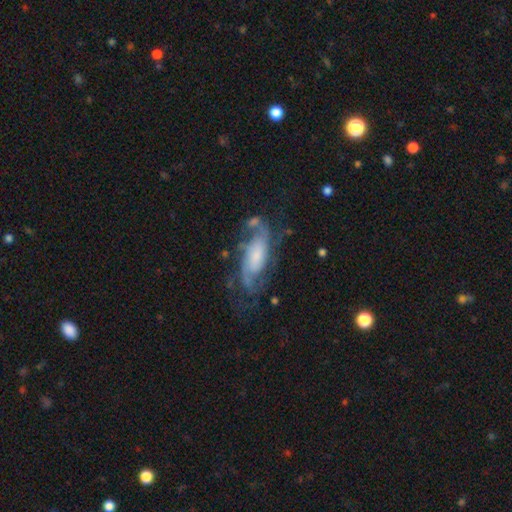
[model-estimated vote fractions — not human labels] This appears to be a featured or disk galaxy (79%) with no bar (59%), 2 (53%) medium (45%) spiral arms (93%) and a small central bulge (37%). Merging: none (59%).